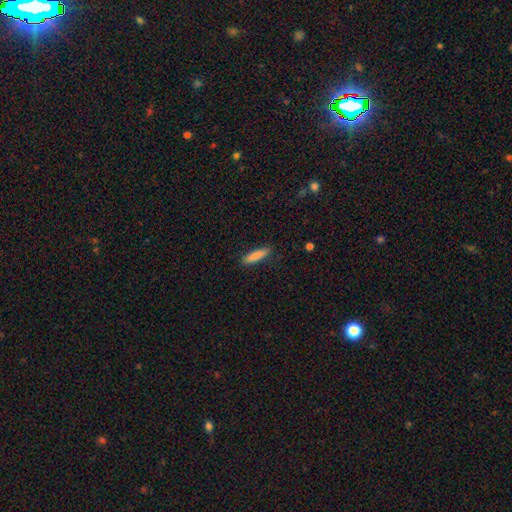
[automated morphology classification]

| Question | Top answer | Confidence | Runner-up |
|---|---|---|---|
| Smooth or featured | smooth | 84% | featured or disk (10%) |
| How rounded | cigar-shaped | 78% | in between (21%) |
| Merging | none | 87% | minor disturbance (10%) |